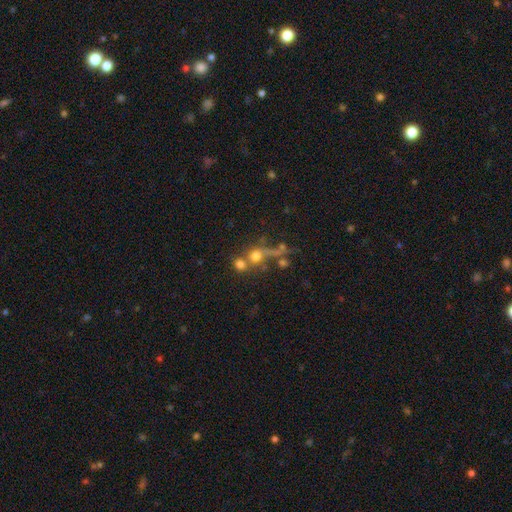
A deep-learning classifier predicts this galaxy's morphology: Smooth or featured? smooth (62%)
How rounded? round (86%)
Merging? merger (43%)